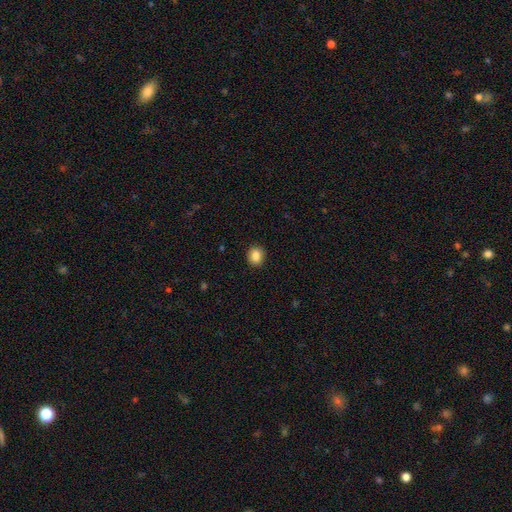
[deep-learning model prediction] Smooth or featured? smooth (87%)
How rounded? round (65%)
Merging? none (90%)